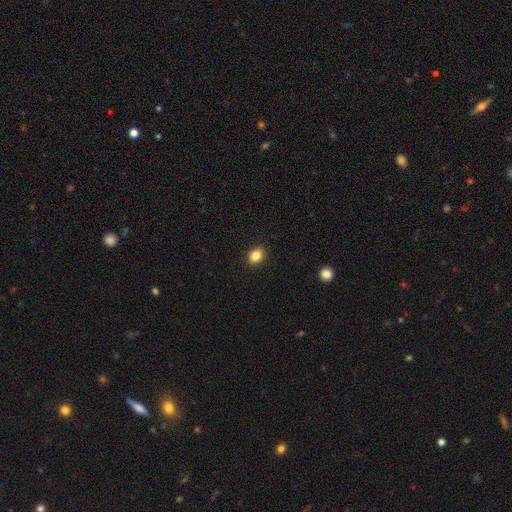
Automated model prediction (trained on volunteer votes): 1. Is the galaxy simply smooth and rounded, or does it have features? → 86% smooth, 9% star or artifact, 5% featured or disk.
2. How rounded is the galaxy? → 60% in between, 39% round, 1% cigar-shaped.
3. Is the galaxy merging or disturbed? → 91% none, 7% minor disturbance, 2% major disturbance, 1% merger.